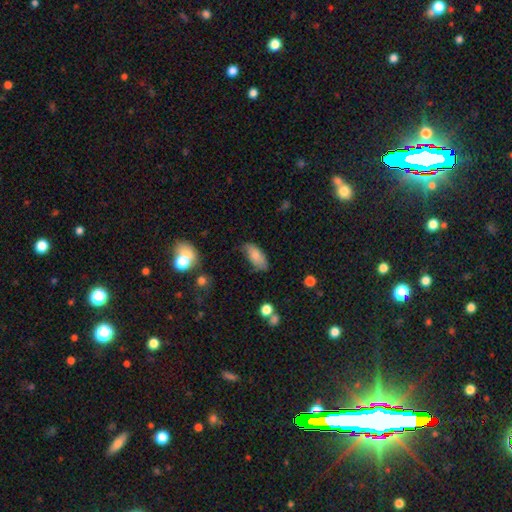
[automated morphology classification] Smooth or featured? smooth (79%)
How rounded? in between (88%)
Merging? none (65%)